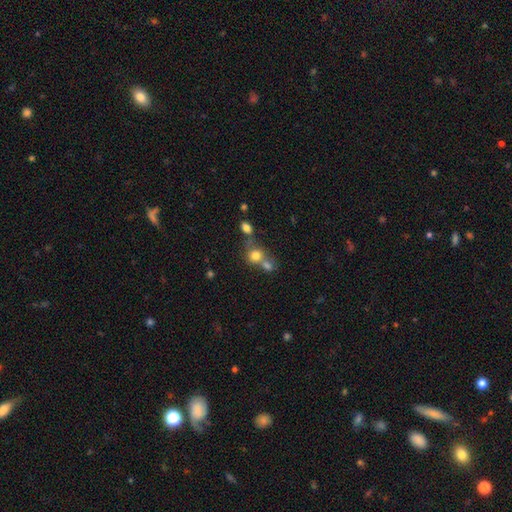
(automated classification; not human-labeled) Smooth or featured? Predicted: smooth (p=0.75). How rounded? Predicted: round (p=0.78). Merging? Predicted: merger (p=0.47).